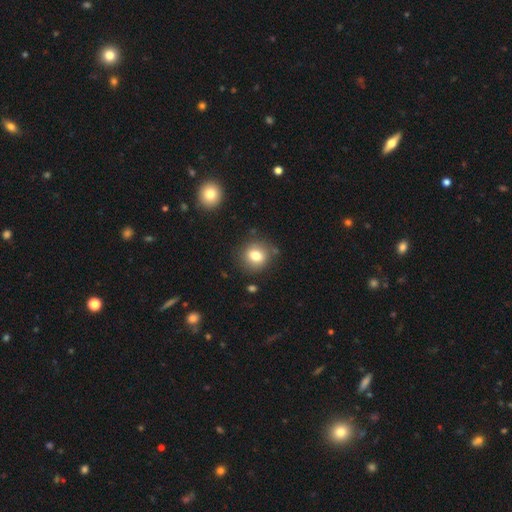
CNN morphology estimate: smooth 78%, featured or disk 11%, star or artifact 11%. Down the decision tree: how rounded — round (82%); merging — none (81%).